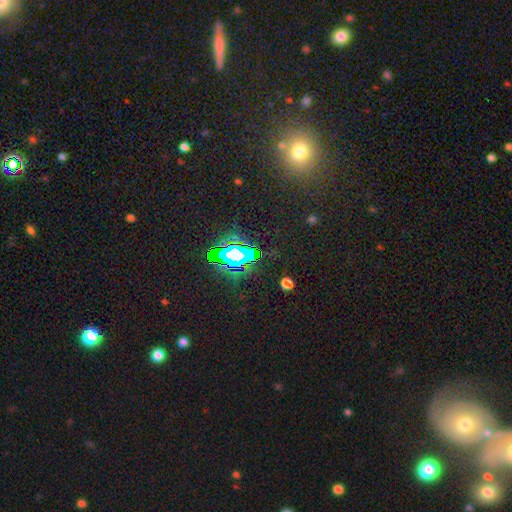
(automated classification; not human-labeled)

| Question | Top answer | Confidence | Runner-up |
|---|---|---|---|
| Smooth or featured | star or artifact | 70% | smooth (18%) |